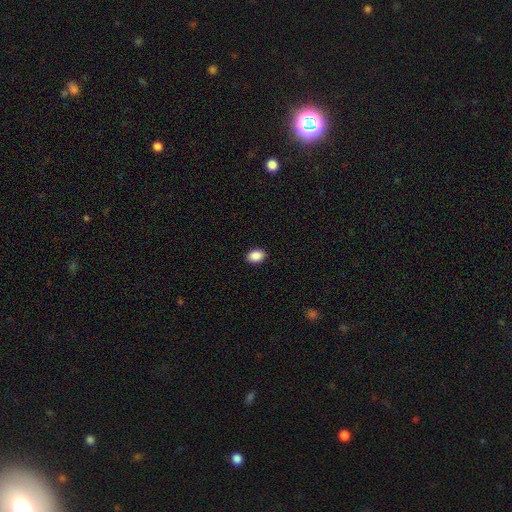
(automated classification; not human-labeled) smooth 89%, star or artifact 8%, featured or disk 3%. Down the decision tree: how rounded — in between (77%); merging — none (91%).